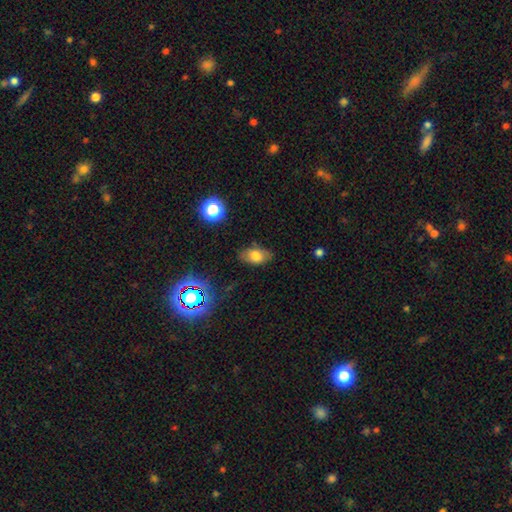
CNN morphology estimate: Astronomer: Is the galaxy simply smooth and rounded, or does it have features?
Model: smooth — 74%.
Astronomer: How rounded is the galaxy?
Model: in between — 89%.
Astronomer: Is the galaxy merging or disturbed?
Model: none — 79%.